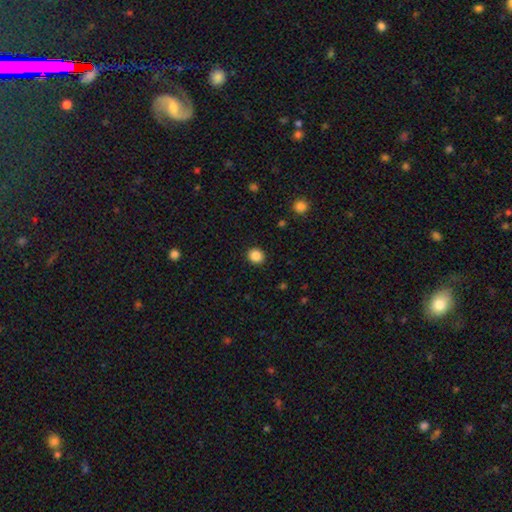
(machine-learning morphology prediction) smooth-or-featured: smooth: 87% | star or artifact: 10% | featured or disk: 3%
  how-rounded: round: 84% | in between: 15% | cigar-shaped: 1%
  merging: none: 92% | minor disturbance: 5% | major disturbance: 2% | merger: 1%